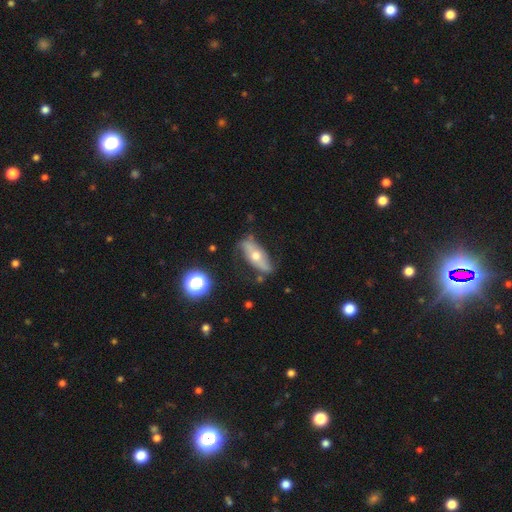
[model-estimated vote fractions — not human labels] Smooth or featured: featured or disk — 53% (smooth — 38%)
Edge-on disk: no — 56% (yes — 44%)
Merging: none — 67% (minor disturbance — 23%)